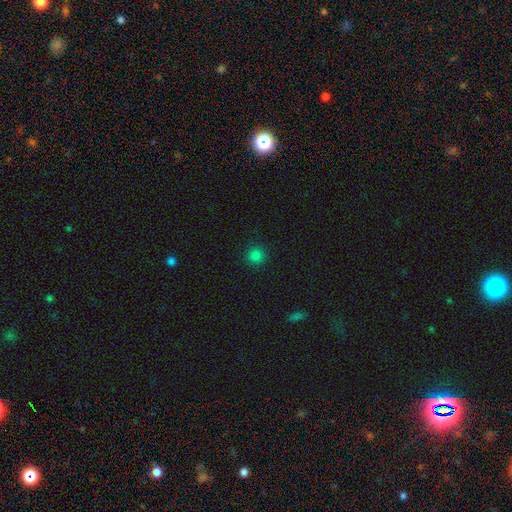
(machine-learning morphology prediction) smooth_or_featured: smooth (p=0.82) [alt: star or artifact p=0.15]
how_rounded: round (p=0.94) [alt: in between p=0.05]
merging: none (p=0.91) [alt: minor disturbance p=0.06]